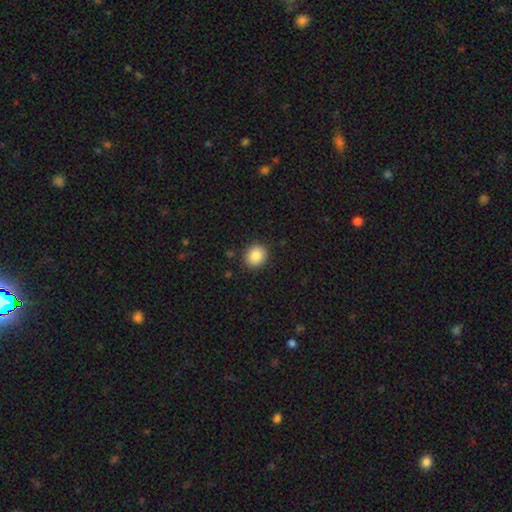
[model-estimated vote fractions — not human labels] smooth 86%, star or artifact 9%, featured or disk 5%. Down the decision tree: how rounded — round (78%); merging — none (89%).